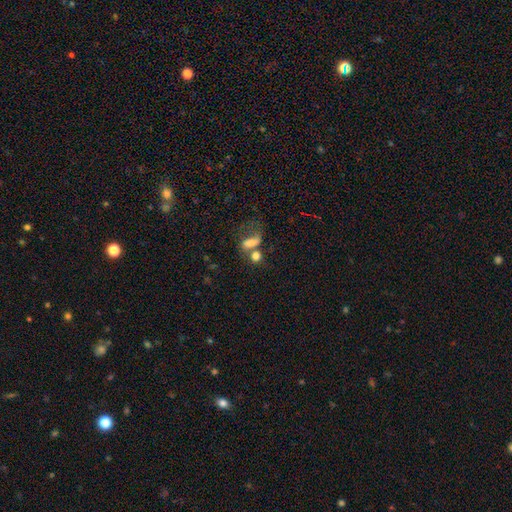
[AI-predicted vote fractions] This is likely a smooth galaxy (73%). How rounded: possibly round (49%). Merging: marginally merger (42%).